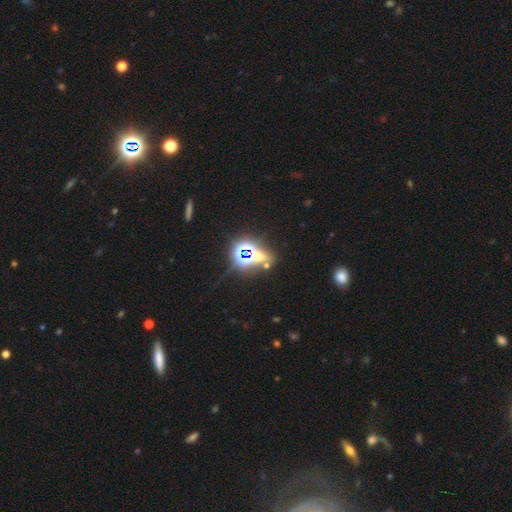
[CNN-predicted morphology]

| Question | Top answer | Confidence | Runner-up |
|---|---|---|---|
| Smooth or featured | star or artifact | 69% | smooth (20%) |